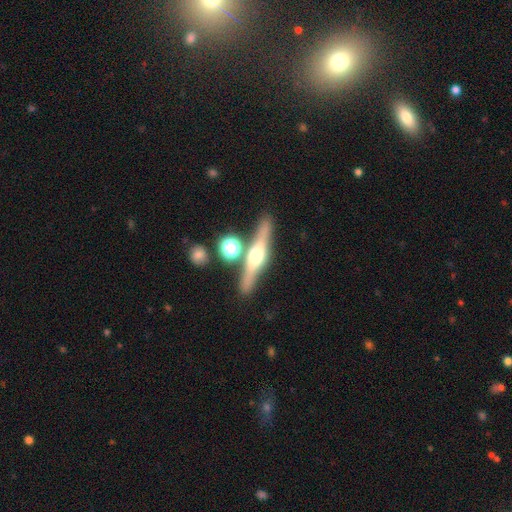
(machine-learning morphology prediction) smooth_or_featured: featured or disk (p=0.74) [alt: smooth p=0.20]
disk_edge_on: yes (p=0.96) [alt: no p=0.04]
edge_on_bulge: rounded (p=0.93) [alt: boxy p=0.05]
merging: none (p=0.79) [alt: minor disturbance p=0.09]